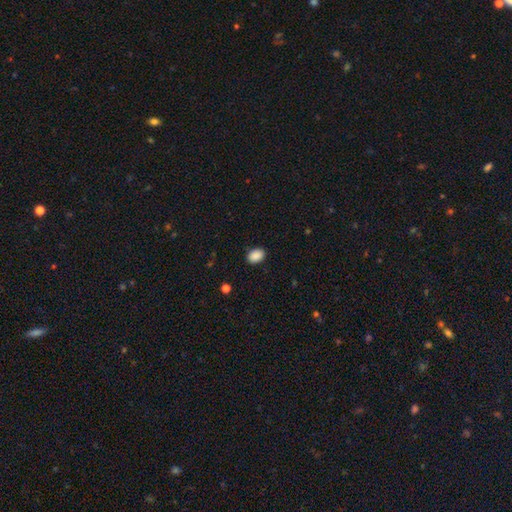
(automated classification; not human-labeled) This is clearly a smooth galaxy (89%). How rounded: likely in between (76%). Merging: clearly none (89%).